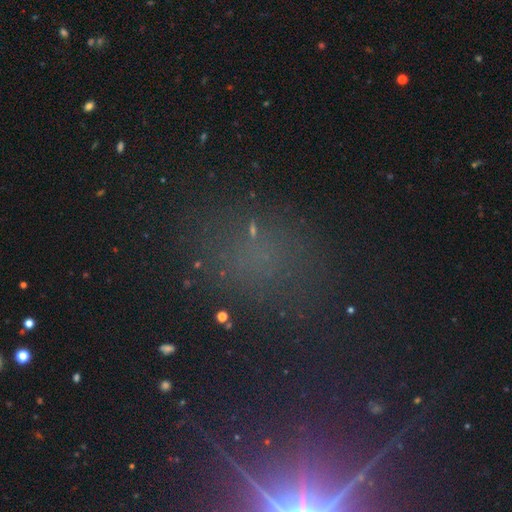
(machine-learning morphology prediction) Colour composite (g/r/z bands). It shows a star or artifact, not a galaxy (66%).